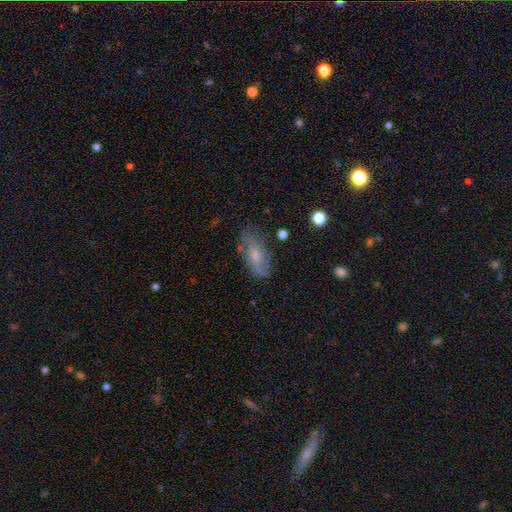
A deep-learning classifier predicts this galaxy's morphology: Q: Smooth or featured?
A: featured or disk (50%); runner-up: smooth (42%)
Q: Merging?
A: none (69%); runner-up: minor disturbance (21%)